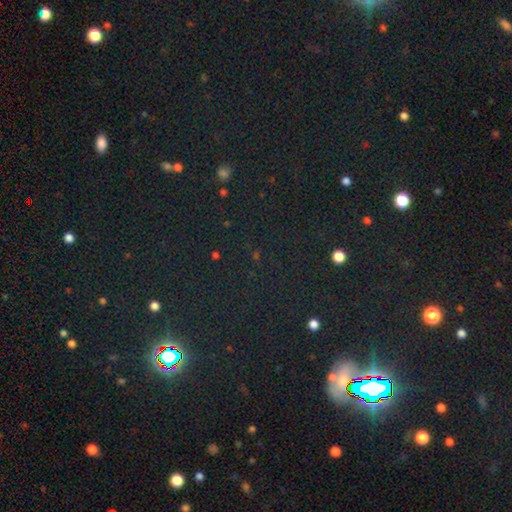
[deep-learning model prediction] The model was most divided on "smooth or featured": star or artifact: 75%, smooth: 16%, featured or disk: 8%.